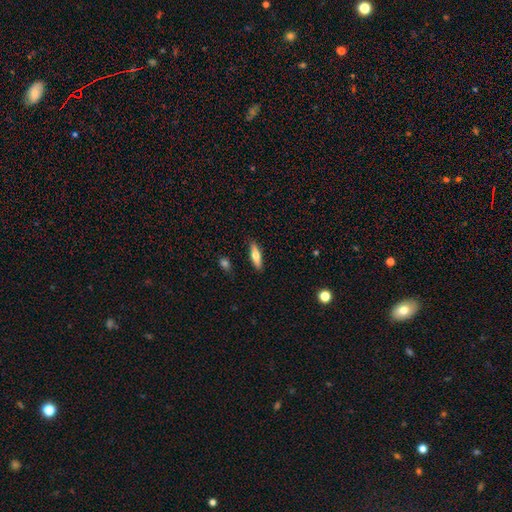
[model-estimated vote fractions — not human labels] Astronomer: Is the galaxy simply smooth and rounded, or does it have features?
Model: smooth — 58% (runner-up: featured or disk, 36%).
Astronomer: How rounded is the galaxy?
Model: cigar-shaped — 57% (runner-up: in between, 41%).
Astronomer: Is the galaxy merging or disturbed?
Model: none — 88%.